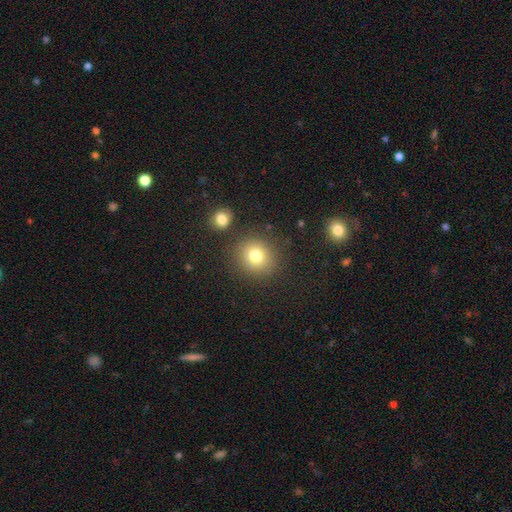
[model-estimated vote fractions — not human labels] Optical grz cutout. It shows a smooth galaxy with no disk features (79%) that is round (86%). Merging: none (84%).